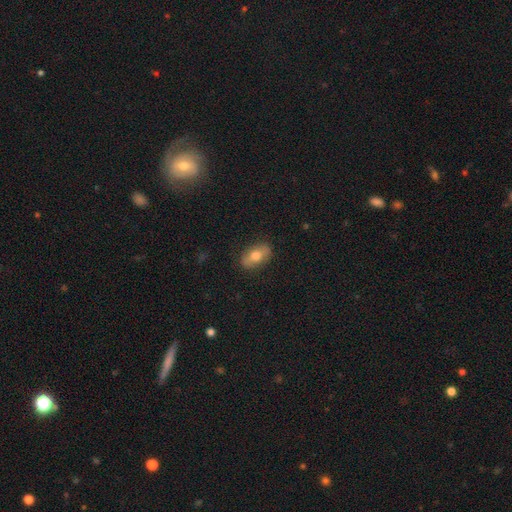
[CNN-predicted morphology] smooth-or-featured: smooth: 62% | featured or disk: 31% | star or artifact: 7%
  how-rounded: in between: 87% | round: 10% | cigar-shaped: 4%
  merging: none: 84% | minor disturbance: 12% | major disturbance: 3% | merger: 1%